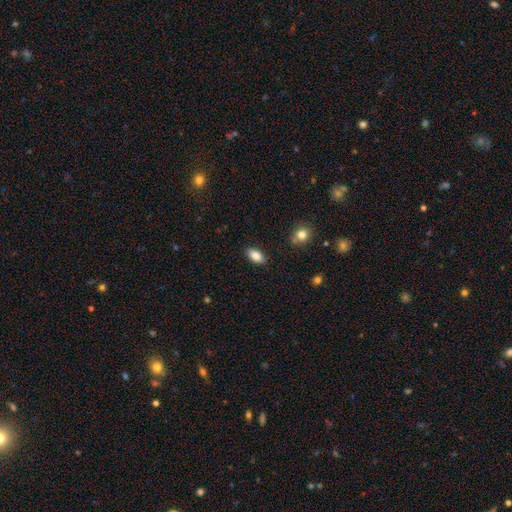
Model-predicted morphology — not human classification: Smooth or featured? smooth (83%)
How rounded? in between (90%)
Merging? none (87%)